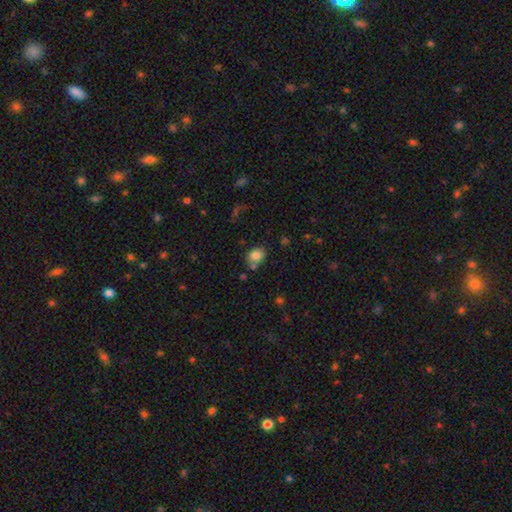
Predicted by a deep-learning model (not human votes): A smooth galaxy with no disk features (83%) that is in between round and cigar-shaped (56%).

Vote fractions:
- Smooth or featured? smooth: 83% / star or artifact: 10% / featured or disk: 7%
- How rounded? in between: 56% / round: 43% / cigar-shaped: 1%
- Merging? none: 67% / minor disturbance: 15% / merger: 13% / major disturbance: 4%